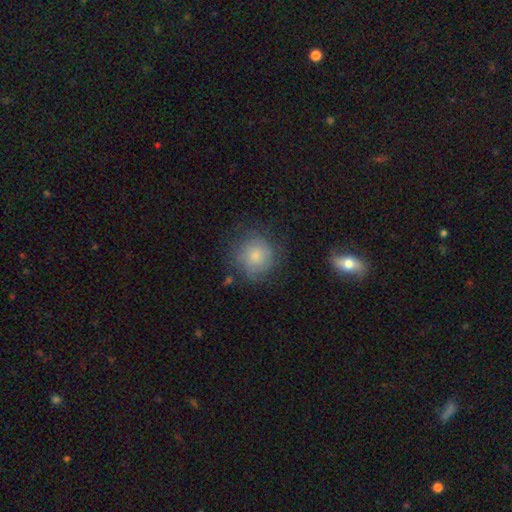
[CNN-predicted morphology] A smooth galaxy with no disk features (69%) that is round (90%).

Vote fractions:
- Smooth or featured? smooth: 69% / featured or disk: 22% / star or artifact: 9%
- How rounded? round: 90% / in between: 9% / cigar-shaped: 1%
- Merging? none: 67% / minor disturbance: 20% / major disturbance: 10% / merger: 2%